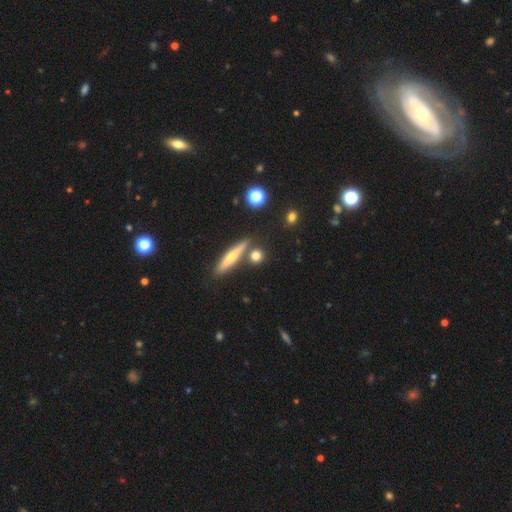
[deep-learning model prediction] Q: Smooth or featured?
A: smooth (72%); runner-up: featured or disk (17%)
Q: How rounded?
A: round (70%); runner-up: cigar-shaped (16%)
Q: Merging?
A: none (74%); runner-up: merger (13%)